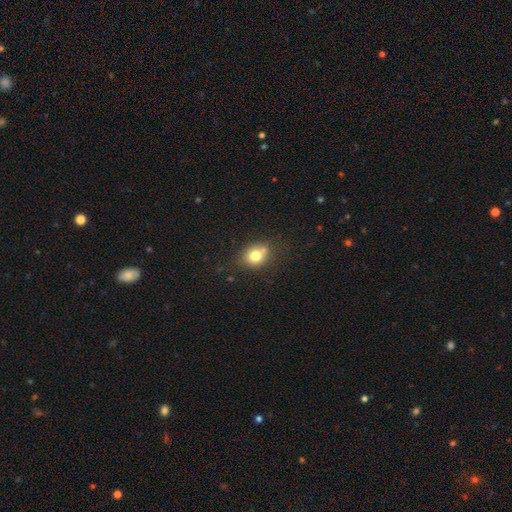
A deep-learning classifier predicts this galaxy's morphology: A smooth galaxy with no disk features (76%) that is round (57%). Merging: none (62%).